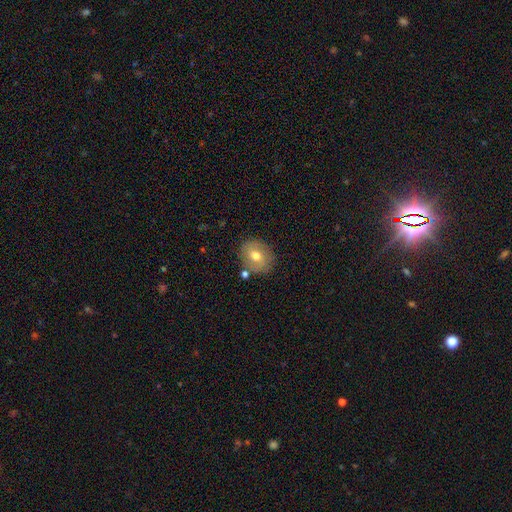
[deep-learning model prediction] Smooth or featured?
  - smooth: 65% *
  - featured or disk: 26%
  - star or artifact: 9%
How rounded?
  - round: 57% *
  - in between: 42%
  - cigar-shaped: 1%
Merging?
  - none: 77% *
  - minor disturbance: 14%
  - merger: 5%
  - major disturbance: 3%